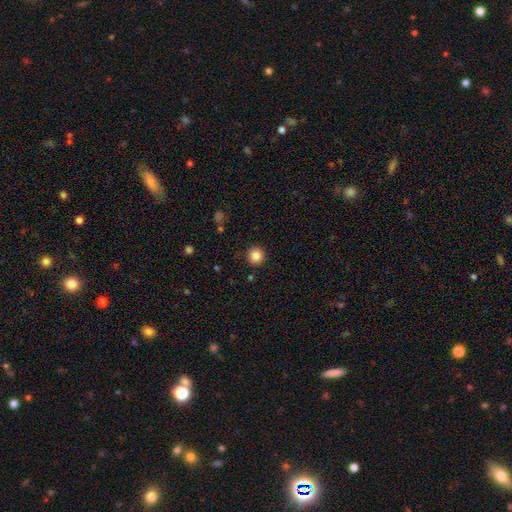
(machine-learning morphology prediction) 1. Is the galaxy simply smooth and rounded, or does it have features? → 85% smooth, 11% star or artifact, 4% featured or disk.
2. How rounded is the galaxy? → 95% round, 4% in between, 1% cigar-shaped.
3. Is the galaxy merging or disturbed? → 92% none, 5% minor disturbance, 2% major disturbance, 1% merger.